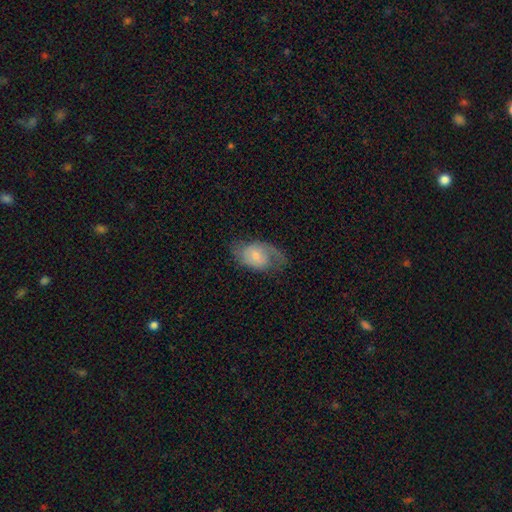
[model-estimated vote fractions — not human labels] Smooth or featured? Predicted: featured or disk (p=0.60). Edge-on disk? Predicted: no (p=0.96). Bar? Predicted: no (p=0.55). Spiral arms? Predicted: yes (p=0.85). Bulge size? Predicted: small (p=0.54). Merging? Predicted: none (p=0.56).